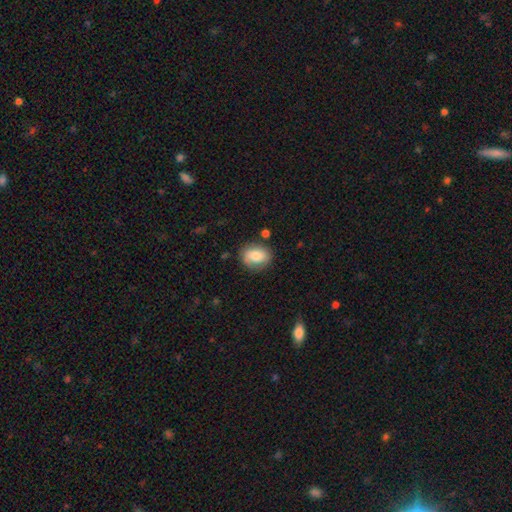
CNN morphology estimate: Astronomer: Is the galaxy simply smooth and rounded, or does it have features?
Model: smooth — 70%.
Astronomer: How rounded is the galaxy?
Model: in between — 50% (runner-up: round, 49%).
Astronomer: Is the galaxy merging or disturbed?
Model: none — 76%.